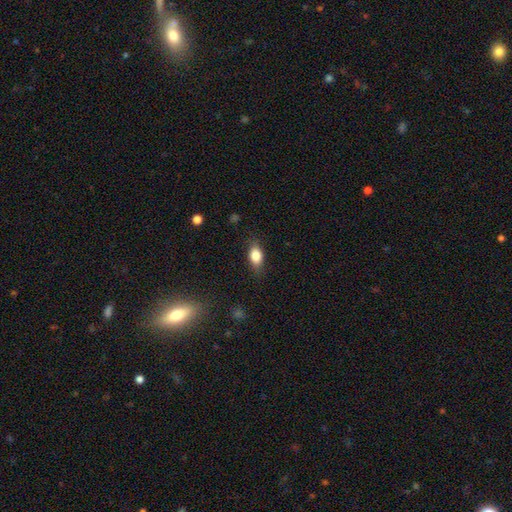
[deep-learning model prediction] smooth 82%, featured or disk 10%, star or artifact 8%. Down the decision tree: how rounded — in between (83%); merging — none (80%).